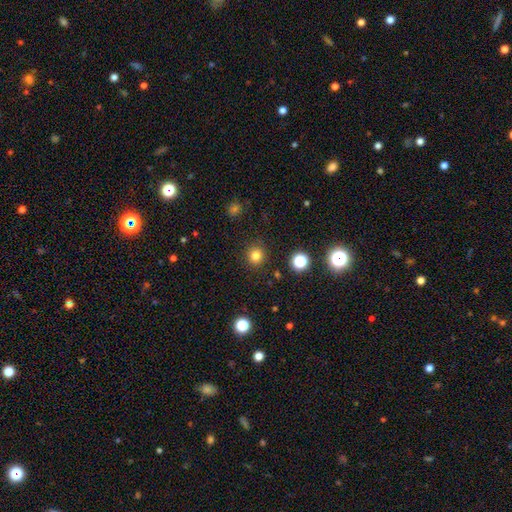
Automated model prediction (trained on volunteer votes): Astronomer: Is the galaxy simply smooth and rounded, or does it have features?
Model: smooth — 80%.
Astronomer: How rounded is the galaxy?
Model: round — 91%.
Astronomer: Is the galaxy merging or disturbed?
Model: none — 90%.